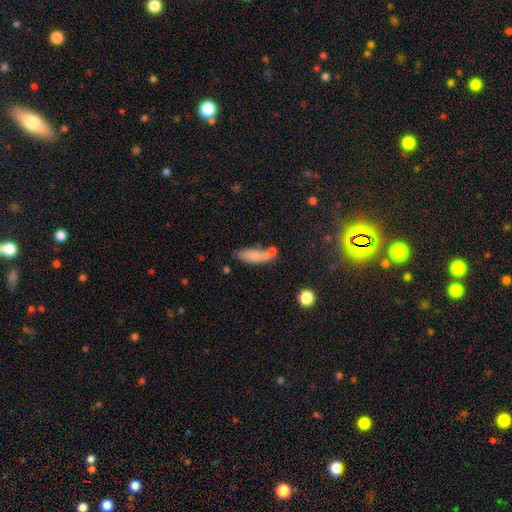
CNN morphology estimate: Smooth or featured? smooth (78%)
How rounded? in between (64%)
Merging? none (48%)